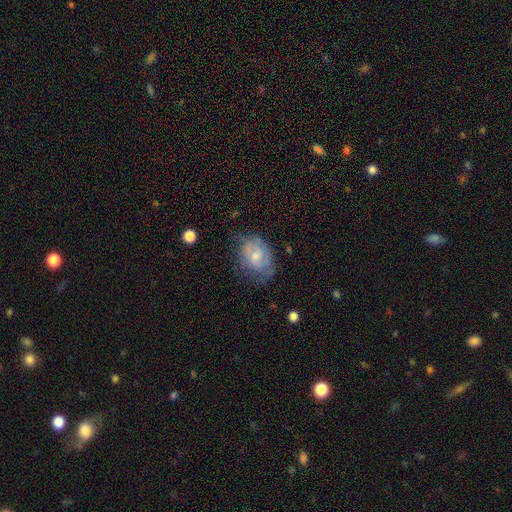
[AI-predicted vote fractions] This is possibly a featured or disk galaxy (55%). It is clearly not viewed edge-on (96%). Bar: possibly no (60%). Spiral arm pattern: likely yes (69%). Central bulge: possibly small (49%). Merging: possibly none (53%).